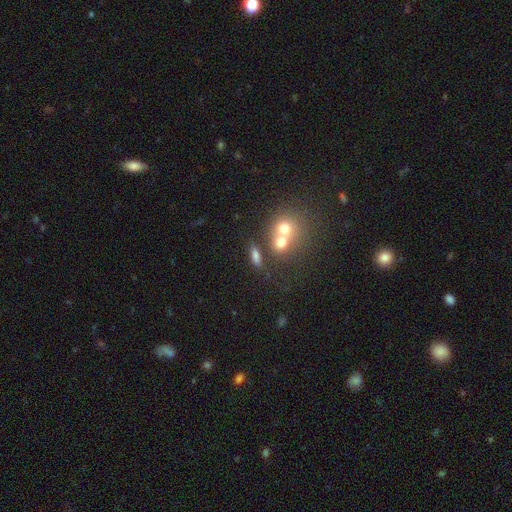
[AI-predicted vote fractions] Smooth or featured?
  - smooth: 71% *
  - featured or disk: 16%
  - star or artifact: 13%
How rounded?
  - in between: 55% *
  - cigar-shaped: 29%
  - round: 16%
Merging?
  - none: 56% *
  - merger: 26%
  - minor disturbance: 12%
  - major disturbance: 6%